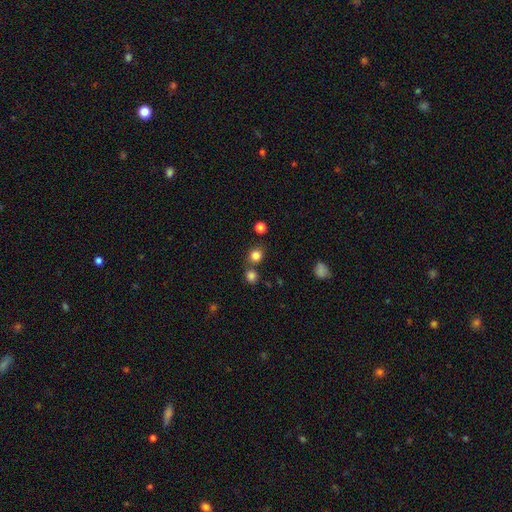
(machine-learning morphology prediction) smooth_or_featured: smooth (p=0.82) [alt: star or artifact p=0.13]
how_rounded: round (p=0.81) [alt: in between p=0.18]
merging: none (p=0.70) [alt: merger p=0.18]